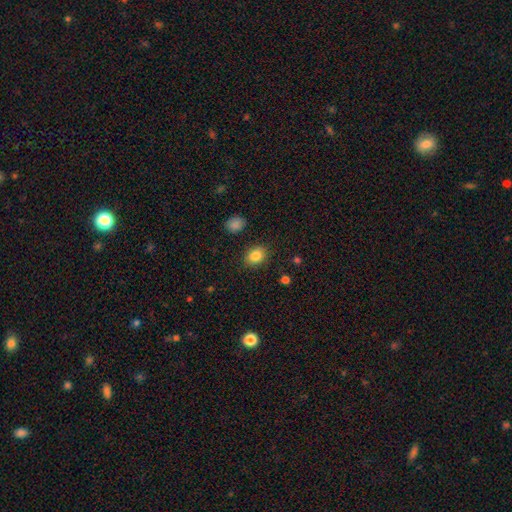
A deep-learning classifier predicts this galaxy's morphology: type=smooth (85%); roundness=in between (59%); merging=none (87%).